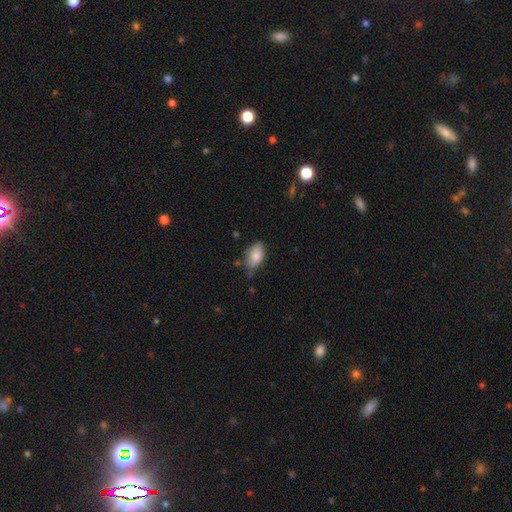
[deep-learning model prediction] Smooth or featured? smooth (84%)
How rounded? in between (92%)
Merging? none (66%)